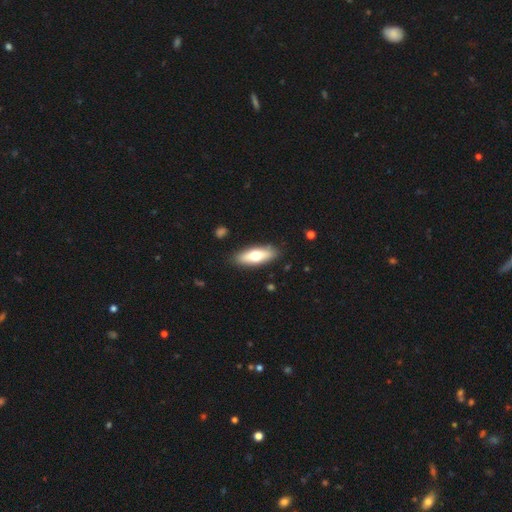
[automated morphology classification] Smooth or featured? smooth (63%)
How rounded? in between (61%)
Merging? none (88%)